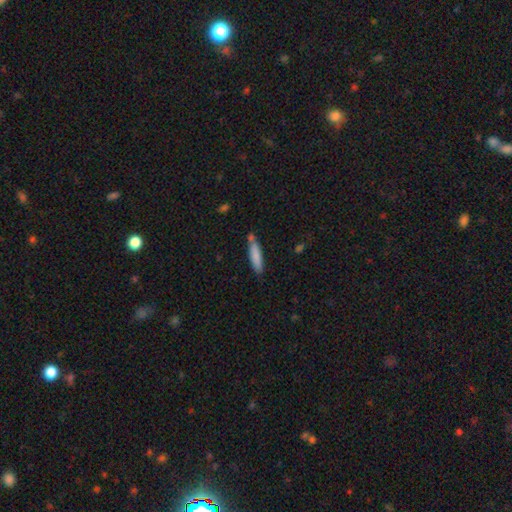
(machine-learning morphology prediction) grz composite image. It shows a smooth galaxy with no disk features (81%) that is cigar-shaped (80%). Merging: none (67%).